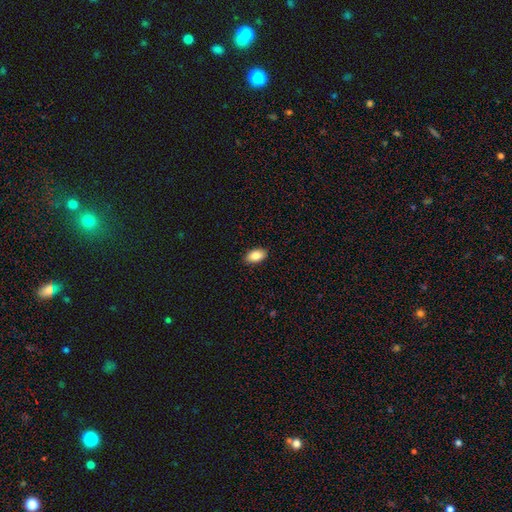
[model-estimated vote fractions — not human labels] Smooth or featured? smooth (86%)
How rounded? in between (93%)
Merging? none (90%)